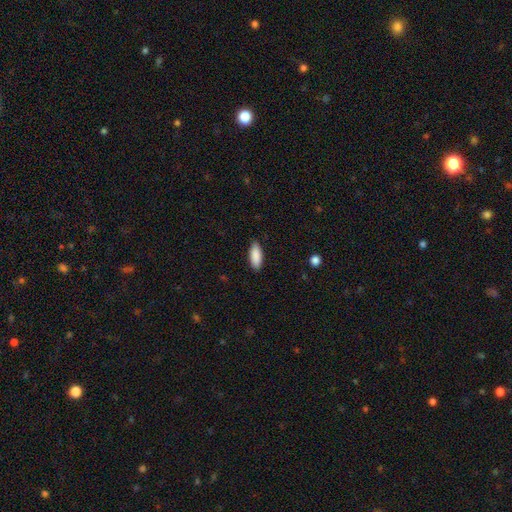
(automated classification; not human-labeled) Q: Smooth or featured?
A: smooth (90%); runner-up: star or artifact (6%)
Q: How rounded?
A: in between (78%); runner-up: cigar-shaped (20%)
Q: Merging?
A: none (87%); runner-up: minor disturbance (10%)